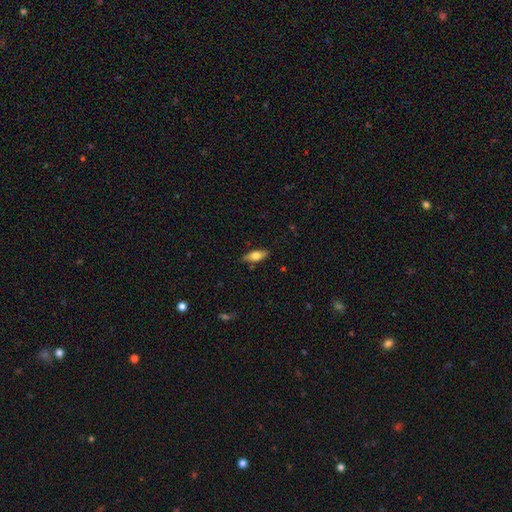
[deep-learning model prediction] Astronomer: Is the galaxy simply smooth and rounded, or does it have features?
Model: smooth — 68%.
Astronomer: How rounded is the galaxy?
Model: in between — 70%.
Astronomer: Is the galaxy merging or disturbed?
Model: none — 84%.